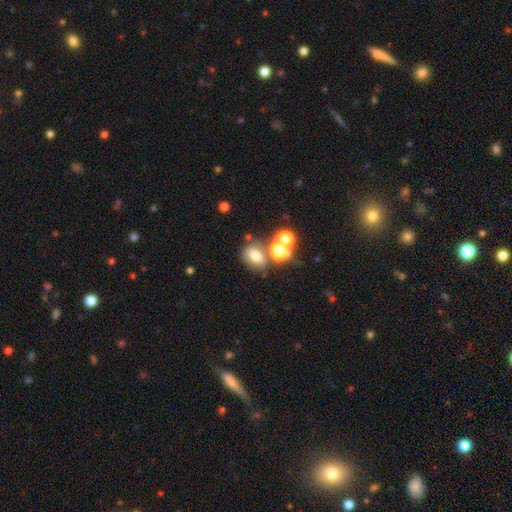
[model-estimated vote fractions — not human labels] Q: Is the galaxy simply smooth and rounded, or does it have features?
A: smooth — 64%.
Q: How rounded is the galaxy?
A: in between — 50%.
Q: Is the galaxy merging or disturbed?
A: none — 56%.